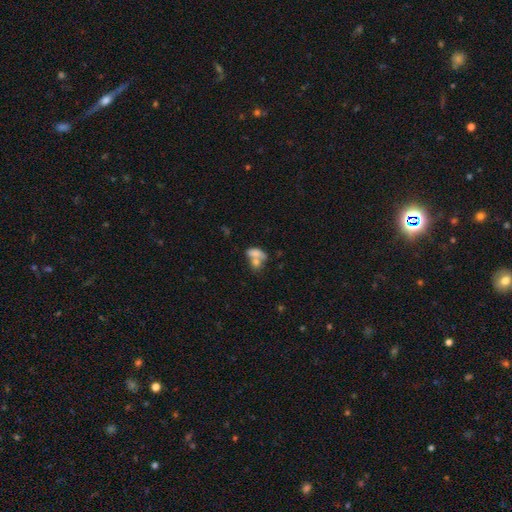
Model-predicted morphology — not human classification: Smooth or featured?
  - smooth: 71% *
  - featured or disk: 19%
  - star or artifact: 10%
How rounded?
  - in between: 81% *
  - round: 15%
  - cigar-shaped: 4%
Merging?
  - merger: 64% *
  - none: 21%
  - minor disturbance: 9%
  - major disturbance: 7%